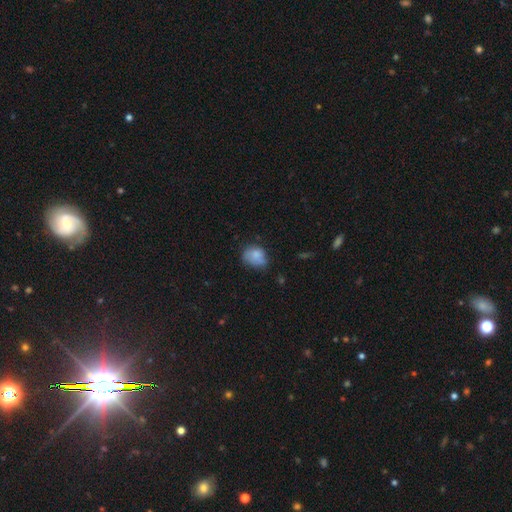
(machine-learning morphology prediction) A smooth galaxy with no disk features (77%) that is in between round and cigar-shaped (51%). Merging: none (48%).